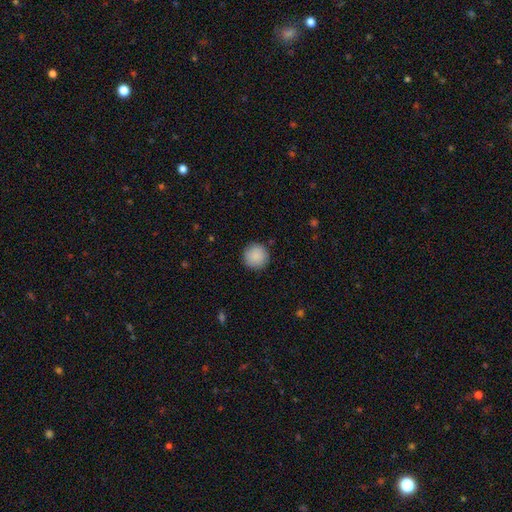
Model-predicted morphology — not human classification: Smooth or featured? smooth (90%)
How rounded? round (96%)
Merging? none (91%)